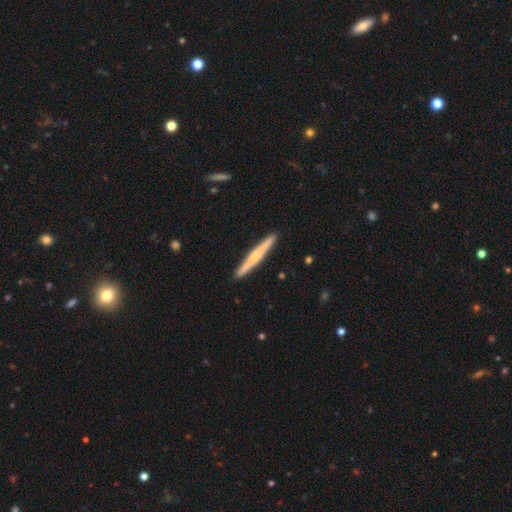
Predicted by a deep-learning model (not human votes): A featured or disk galaxy (49%). Merging: none (92%).